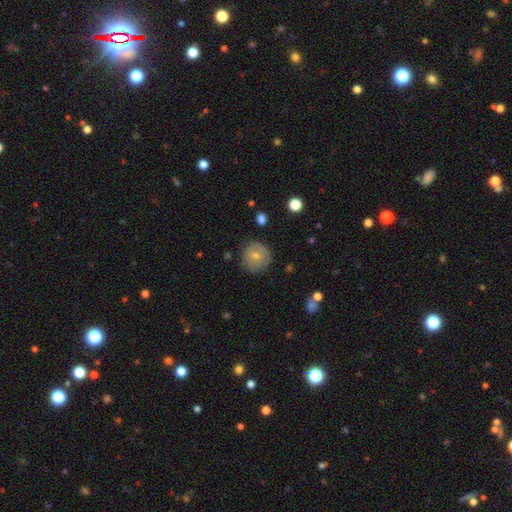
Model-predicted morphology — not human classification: smooth_or_featured: smooth (p=0.67) [alt: featured or disk p=0.25]
how_rounded: round (p=0.91) [alt: in between p=0.08]
merging: none (p=0.77) [alt: minor disturbance p=0.17]